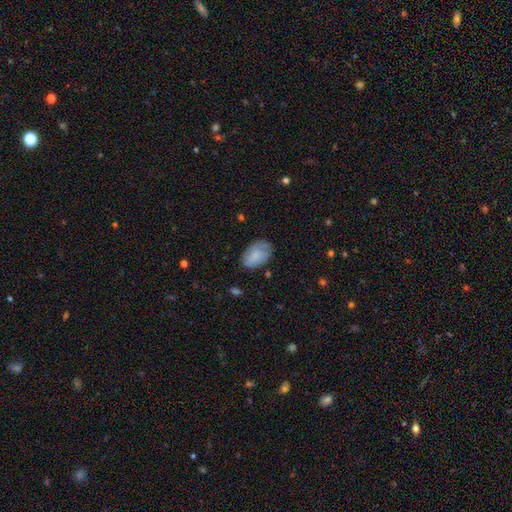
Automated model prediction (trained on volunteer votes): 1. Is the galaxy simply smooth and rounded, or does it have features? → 79% smooth, 15% featured or disk, 7% star or artifact.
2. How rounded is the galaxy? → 90% in between, 9% round, 1% cigar-shaped.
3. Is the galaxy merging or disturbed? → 69% none, 24% minor disturbance, 6% major disturbance, 2% merger.